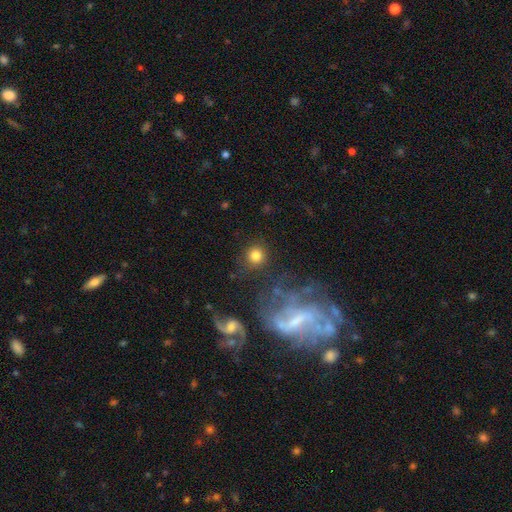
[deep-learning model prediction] Morphology: type=smooth (78%); roundness=round (92%); merging=none (81%).